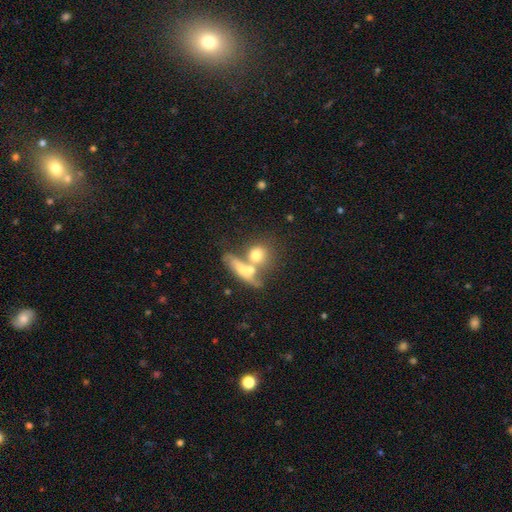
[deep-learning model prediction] Smooth or featured?
  - smooth: 62% *
  - featured or disk: 27%
  - star or artifact: 11%
How rounded?
  - round: 60% *
  - in between: 28%
  - cigar-shaped: 12%
Merging?
  - merger: 46% *
  - none: 37%
  - minor disturbance: 11%
  - major disturbance: 7%